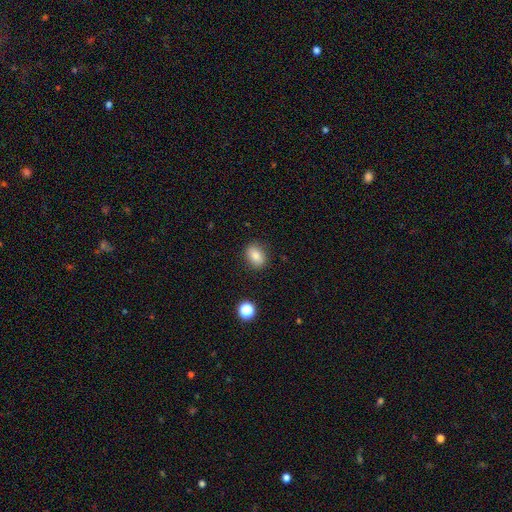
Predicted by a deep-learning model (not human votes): This is clearly a smooth galaxy (83%). How rounded: likely in between (70%). Merging: clearly none (86%).